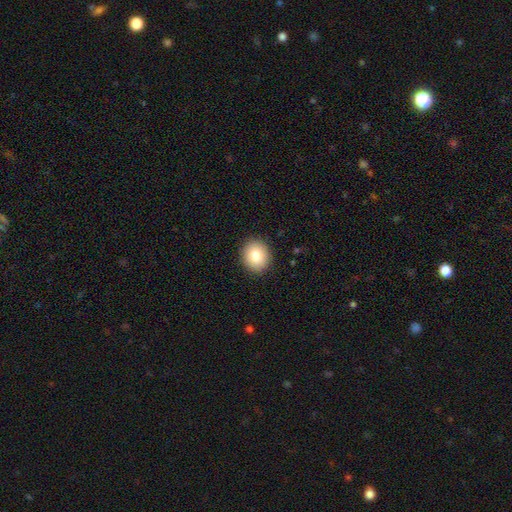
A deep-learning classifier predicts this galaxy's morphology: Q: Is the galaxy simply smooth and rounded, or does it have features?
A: smooth — 81%.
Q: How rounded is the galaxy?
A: round — 75%.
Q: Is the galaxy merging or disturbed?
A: none — 91%.